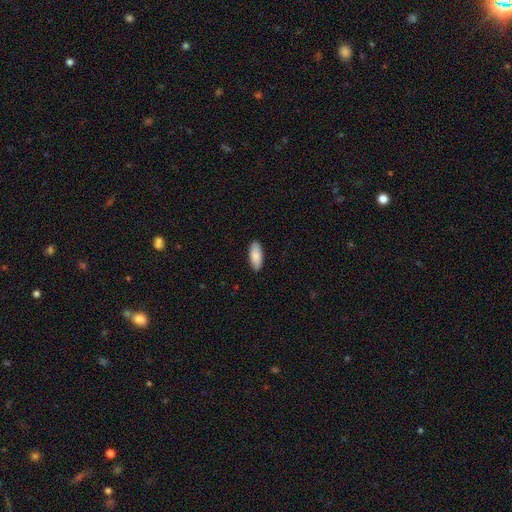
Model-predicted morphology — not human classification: smooth_or_featured: smooth (p=0.86) [alt: featured or disk p=0.09]
how_rounded: in between (p=0.82) [alt: cigar-shaped p=0.16]
merging: none (p=0.89) [alt: minor disturbance p=0.08]